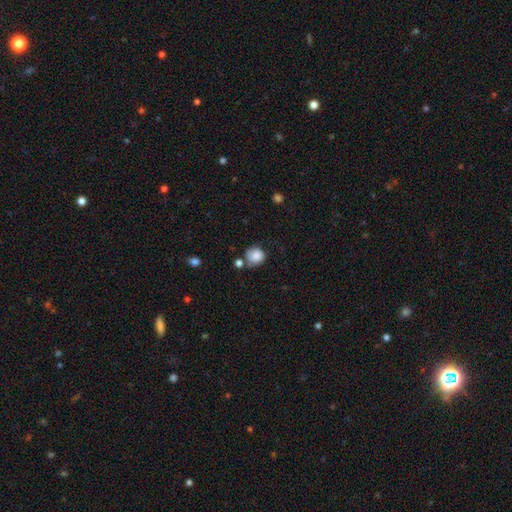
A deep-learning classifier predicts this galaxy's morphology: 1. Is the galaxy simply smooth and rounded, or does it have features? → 83% smooth, 8% star or artifact, 8% featured or disk.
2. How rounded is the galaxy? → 85% round, 14% in between, 1% cigar-shaped.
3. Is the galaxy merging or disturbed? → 58% none, 23% minor disturbance, 12% merger, 7% major disturbance.